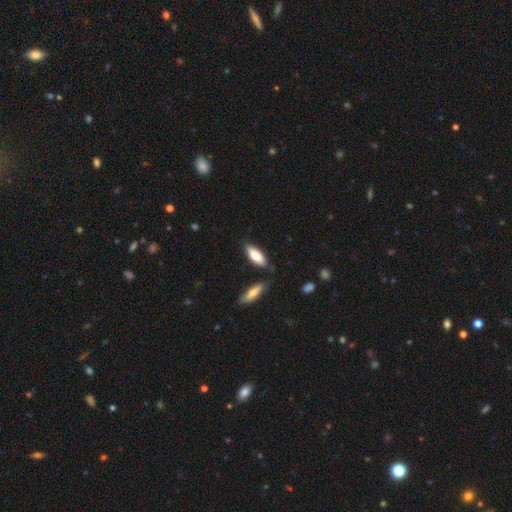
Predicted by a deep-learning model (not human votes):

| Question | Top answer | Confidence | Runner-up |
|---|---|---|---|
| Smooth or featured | smooth | 77% | featured or disk (17%) |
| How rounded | in between | 64% | cigar-shaped (34%) |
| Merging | none | 77% | minor disturbance (14%) |